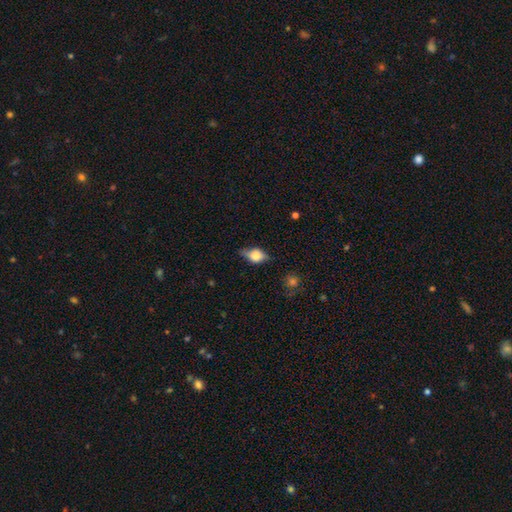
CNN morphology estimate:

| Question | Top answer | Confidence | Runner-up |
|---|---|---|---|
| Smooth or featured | smooth | 58% | featured or disk (33%) |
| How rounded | in between | 74% | round (20%) |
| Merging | none | 64% | minor disturbance (27%) |